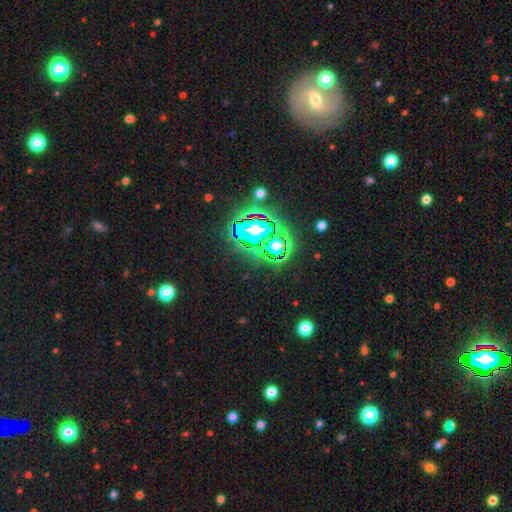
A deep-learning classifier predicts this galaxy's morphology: Q: Smooth or featured?
A: star or artifact (73%); runner-up: smooth (16%)